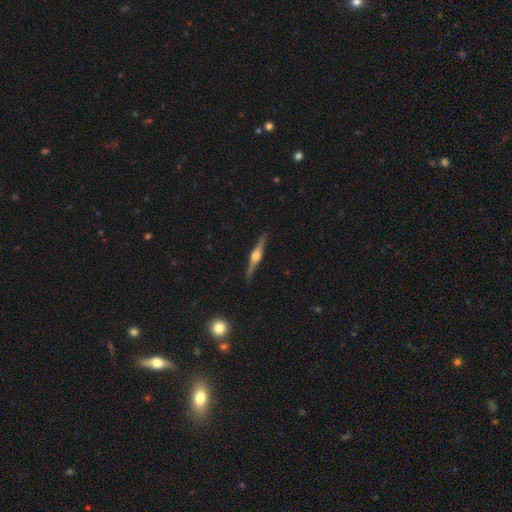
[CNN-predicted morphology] Smooth or featured? Predicted: featured or disk (p=0.82). Edge-on disk? Predicted: yes (p=0.98). Edge-on bulge? Predicted: rounded (p=0.91). Merging? Predicted: none (p=0.90).